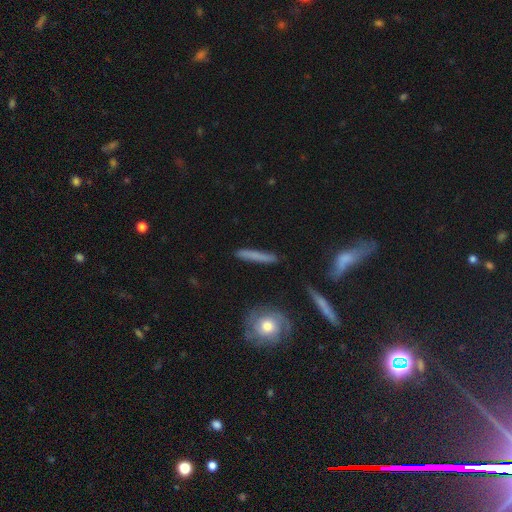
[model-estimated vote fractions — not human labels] Q: Smooth or featured?
A: smooth (61%); runner-up: featured or disk (32%)
Q: How rounded?
A: cigar-shaped (92%); runner-up: in between (5%)
Q: Merging?
A: none (86%); runner-up: minor disturbance (10%)